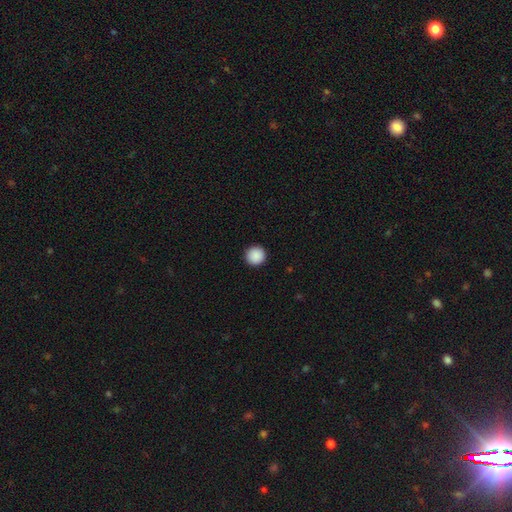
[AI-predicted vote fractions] Overall: smooth (89%). How rounded: round (96%). Merging: none (93%).